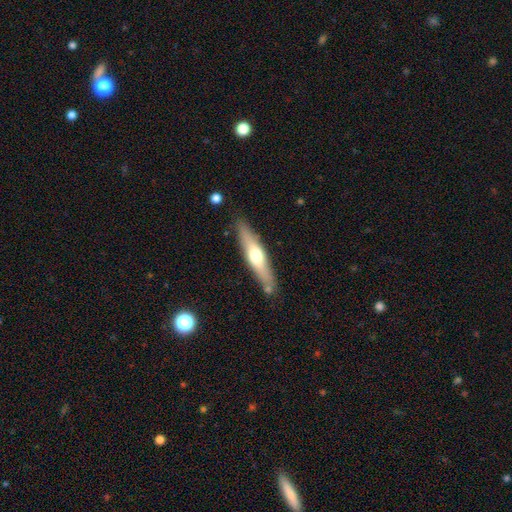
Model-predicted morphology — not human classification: This is possibly a smooth galaxy (48%). Merging: clearly none (82%).